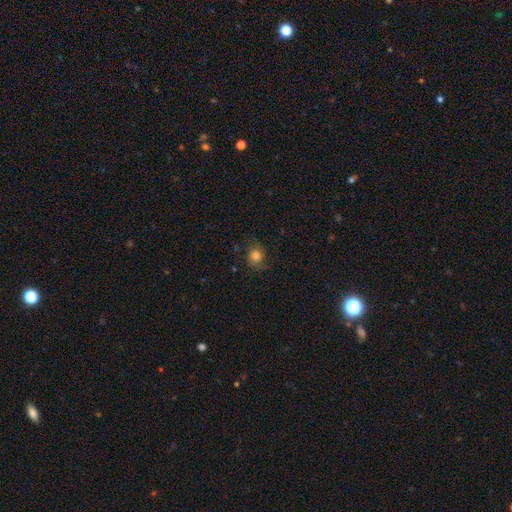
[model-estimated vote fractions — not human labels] smooth_or_featured: smooth (p=0.63) [alt: featured or disk p=0.25]
how_rounded: round (p=0.74) [alt: in between p=0.25]
merging: none (p=0.69) [alt: minor disturbance p=0.20]